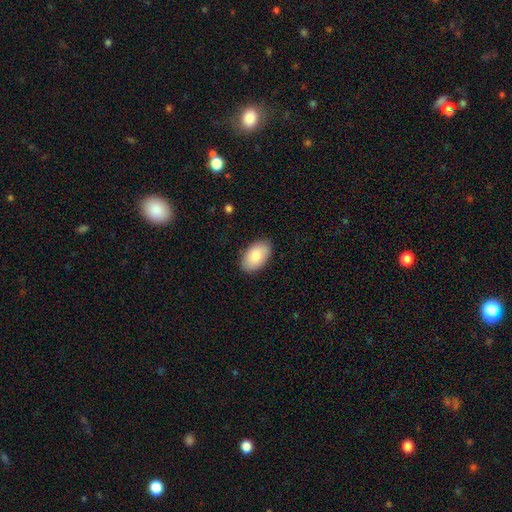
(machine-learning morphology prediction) Smooth or featured: smooth — 86% (featured or disk — 9%)
How rounded: in between — 95% (round — 4%)
Merging: none — 88% (minor disturbance — 9%)